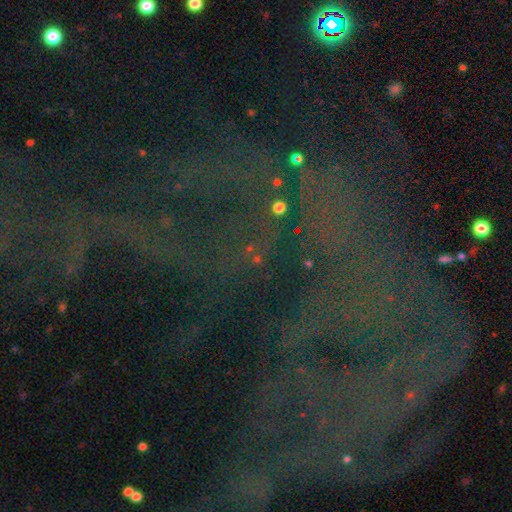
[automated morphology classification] Smooth or featured?
  - star or artifact: 76% *
  - featured or disk: 14%
  - smooth: 10%